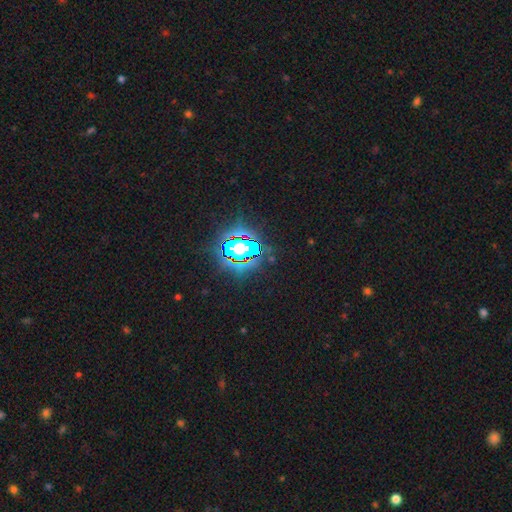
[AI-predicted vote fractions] Morphology: type=star or artifact (83%).